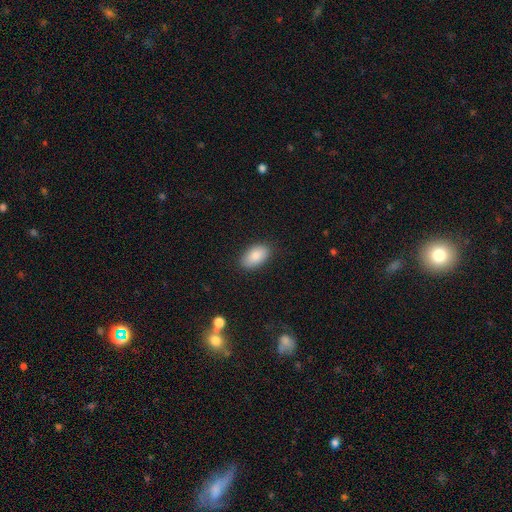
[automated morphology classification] Q: Smooth or featured?
A: smooth (87%); runner-up: star or artifact (7%)
Q: How rounded?
A: in between (94%); runner-up: round (5%)
Q: Merging?
A: none (86%); runner-up: minor disturbance (10%)